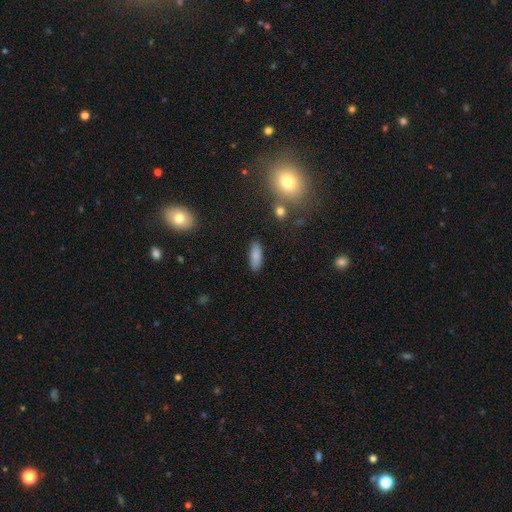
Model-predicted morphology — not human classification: Smooth or featured? smooth (84%)
How rounded? in between (66%)
Merging? none (85%)